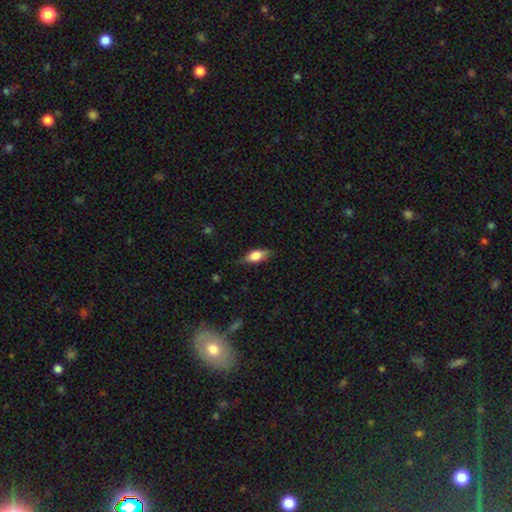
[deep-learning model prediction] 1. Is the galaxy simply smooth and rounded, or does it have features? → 64% smooth, 29% featured or disk, 8% star or artifact.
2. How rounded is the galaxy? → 77% in between, 17% cigar-shaped, 6% round.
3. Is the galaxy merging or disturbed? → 76% none, 19% minor disturbance, 4% major disturbance, 1% merger.